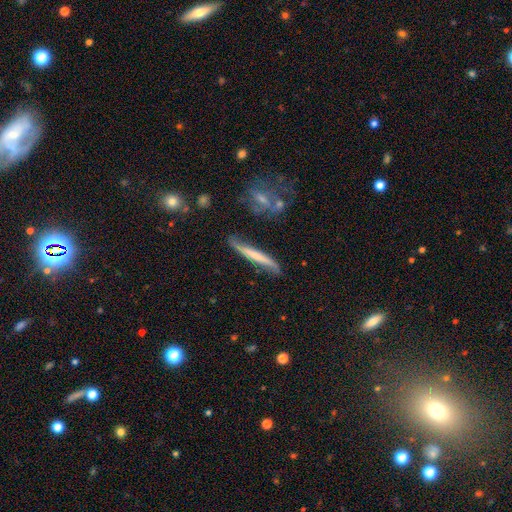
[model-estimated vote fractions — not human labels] Smooth or featured? Predicted: smooth (p=0.47). Merging? Predicted: none (p=0.69).